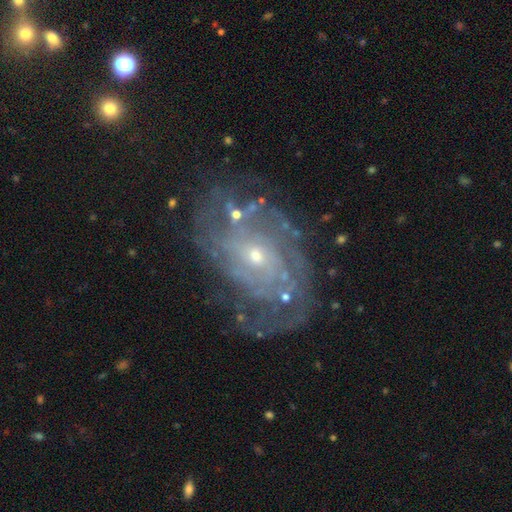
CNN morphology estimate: A featured or disk galaxy (84%) with no bar (70%), tight (65%) spiral arms (91%) and a small central bulge (69%). Merging: none (67%).